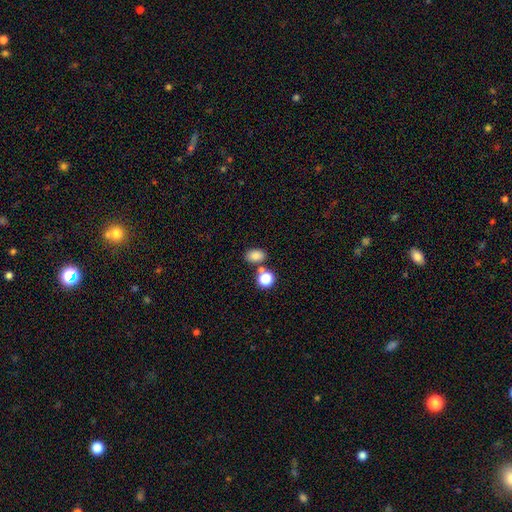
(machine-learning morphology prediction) type=smooth (81%); roundness=in between (74%); merging=none (66%).